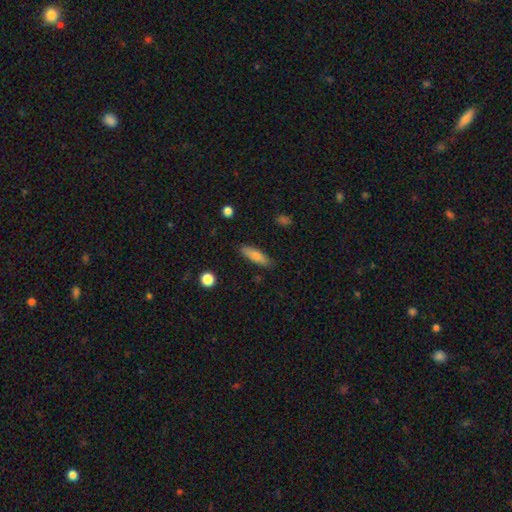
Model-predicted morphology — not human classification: Overall: smooth (77%). How rounded: cigar-shaped (62%; in between 35%). Merging: none (86%).